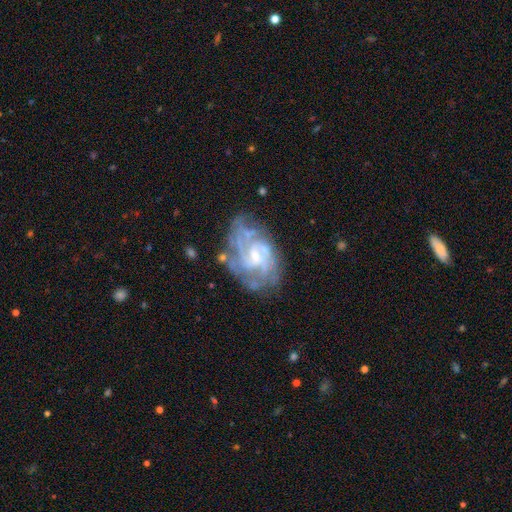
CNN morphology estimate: Overall: featured or disk (85%). Edge-on disk: no (98%). Bar: no (49%; weak 43%). Spiral arms: yes (92%). Spiral arm count: can't tell (36%; 3 18%). Spiral winding: tight (54%; medium 36%). Bulge size: small (68%). Merging: none (63%).